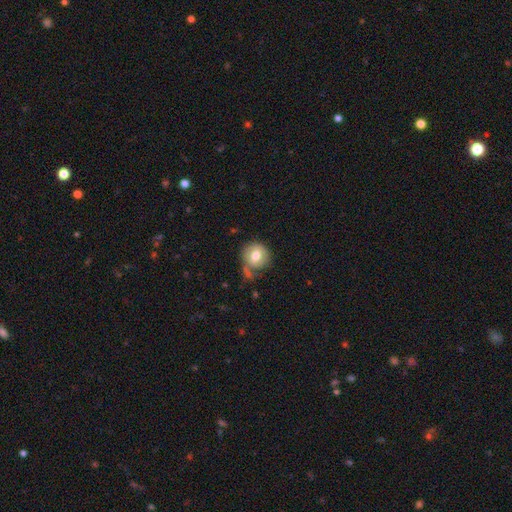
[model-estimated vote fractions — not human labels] This is likely a smooth galaxy (72%). How rounded: clearly round (86%). Merging: possibly none (58%).